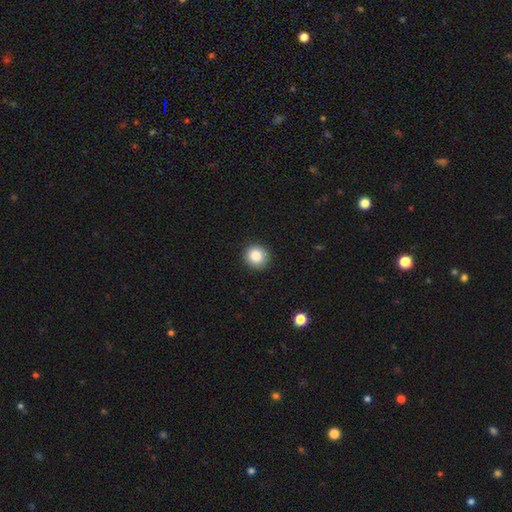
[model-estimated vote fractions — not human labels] Morphology: type=smooth (85%); roundness=round (90%); merging=none (90%).